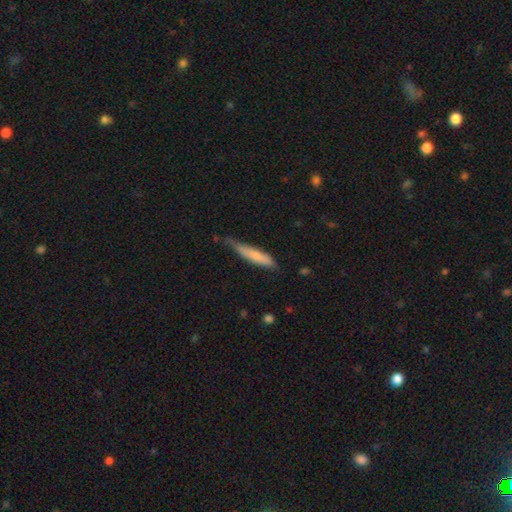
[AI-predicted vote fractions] Smooth or featured: smooth — 72% (featured or disk — 23%)
How rounded: cigar-shaped — 85% (in between — 14%)
Merging: none — 52% (minor disturbance — 37%)